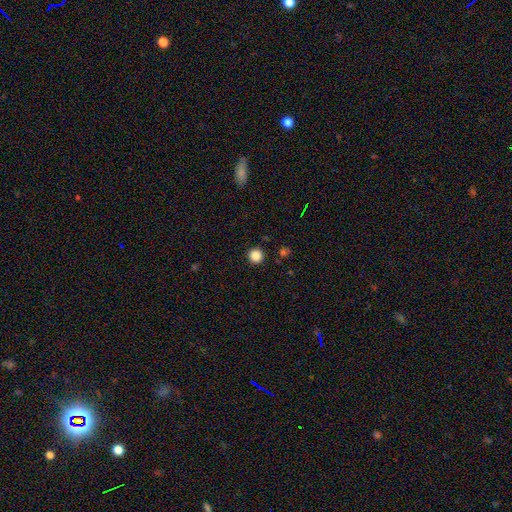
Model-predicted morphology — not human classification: Smooth or featured? smooth (86%)
How rounded? round (96%)
Merging? none (93%)